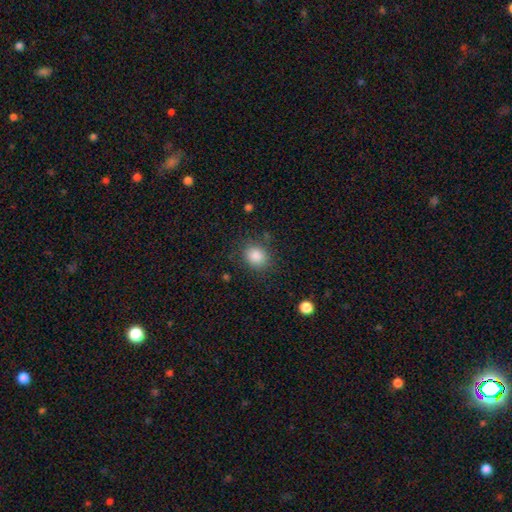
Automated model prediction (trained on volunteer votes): Morphology: type=smooth (86%); roundness=round (63%); merging=none (81%).